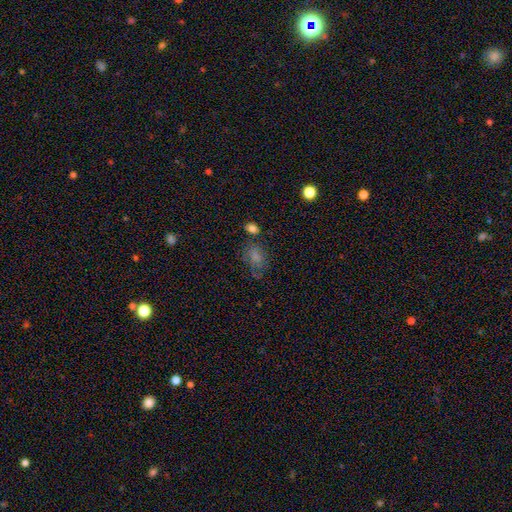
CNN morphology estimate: This appears to be a smooth galaxy with no disk features (56%) that is in between round and cigar-shaped (70%). Merging: none (55%).